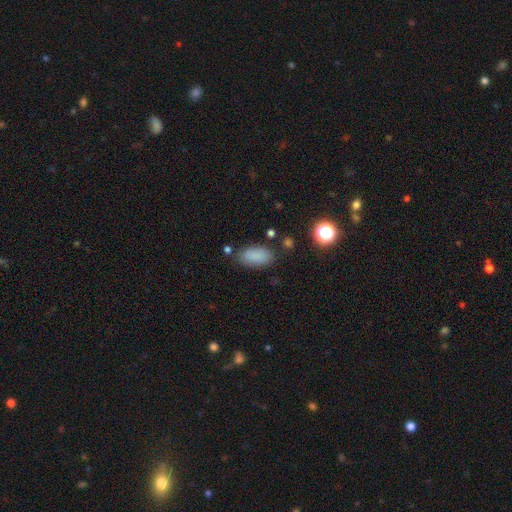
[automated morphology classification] This is clearly a smooth galaxy (86%). How rounded: clearly in between (90%). Merging: likely none (79%).